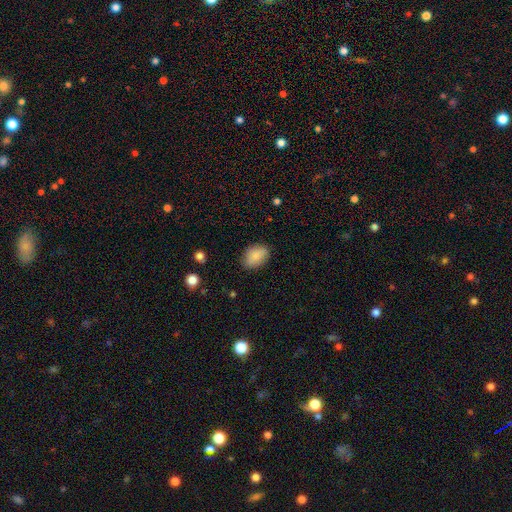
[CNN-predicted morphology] This is clearly a smooth galaxy (85%). How rounded: clearly in between (85%). Merging: clearly none (82%).